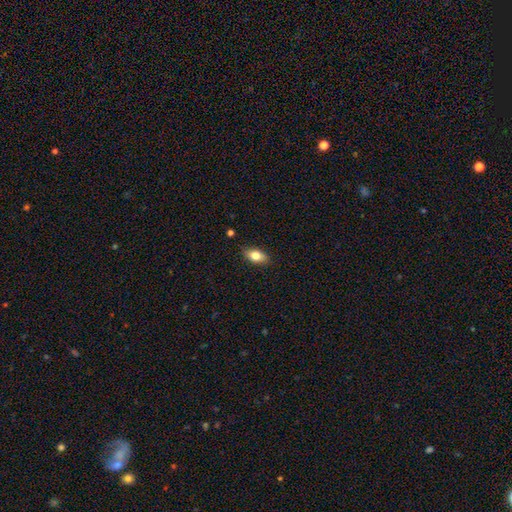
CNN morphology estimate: Smooth or featured?
  - smooth: 78% *
  - featured or disk: 14%
  - star or artifact: 8%
How rounded?
  - in between: 87% *
  - round: 7%
  - cigar-shaped: 6%
Merging?
  - none: 86% *
  - minor disturbance: 11%
  - major disturbance: 2%
  - merger: 1%